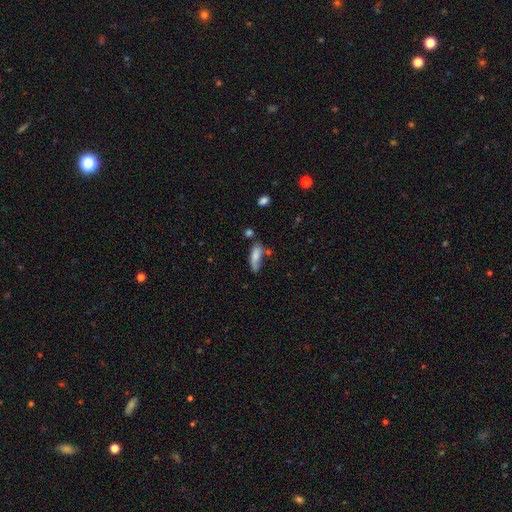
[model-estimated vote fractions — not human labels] Q: Smooth or featured?
A: smooth (75%); runner-up: featured or disk (17%)
Q: How rounded?
A: in between (62%); runner-up: cigar-shaped (35%)
Q: Merging?
A: none (44%); runner-up: minor disturbance (30%)